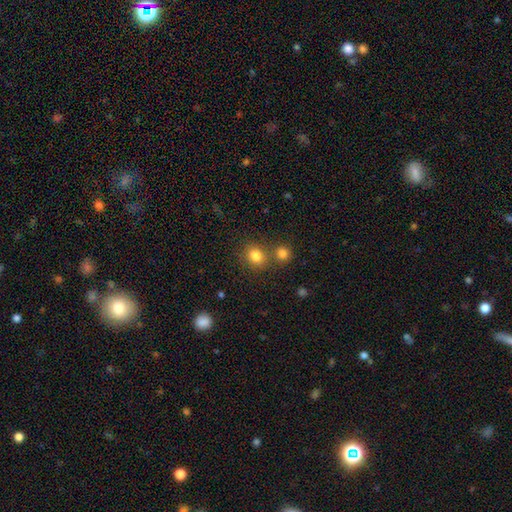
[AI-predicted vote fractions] Overall: smooth (81%). How rounded: round (55%; in between 44%). Merging: none (62%; merger 24%).